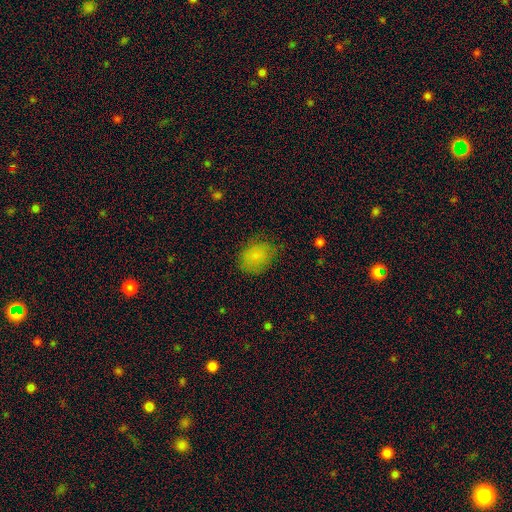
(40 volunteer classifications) Q: Smooth or featured?
A: smooth (82%); runner-up: featured or disk (10%)
Q: How rounded?
A: in between (73%); runner-up: round (27%)
Q: Merging?
A: none (68%); runner-up: minor disturbance (30%)